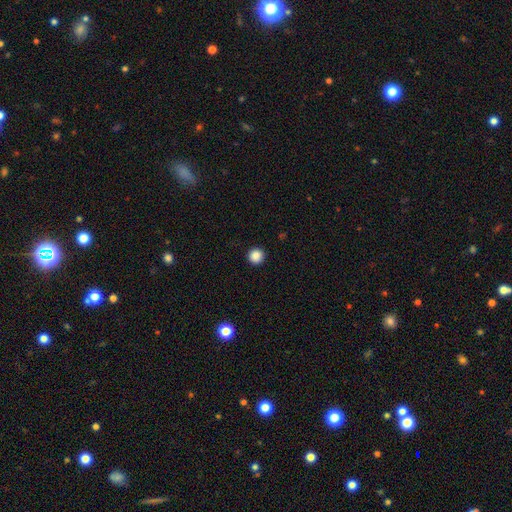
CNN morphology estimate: The model was most divided on "smooth or featured": smooth: 87%, star or artifact: 10%, featured or disk: 3%. More confident: how rounded — round (96%); merging — none (93%).